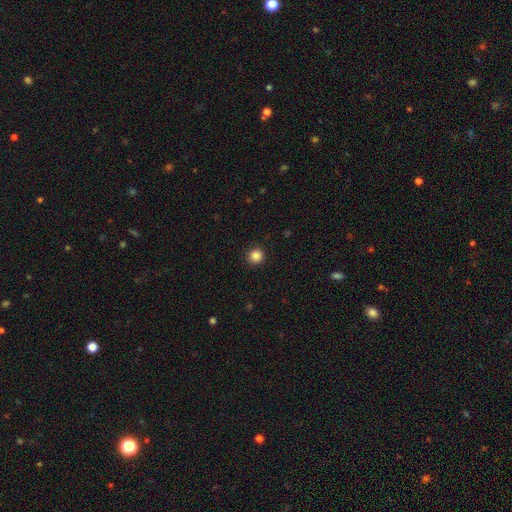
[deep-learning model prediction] smooth 85%, star or artifact 11%, featured or disk 4%. Down the decision tree: how rounded — round (94%); merging — none (92%).